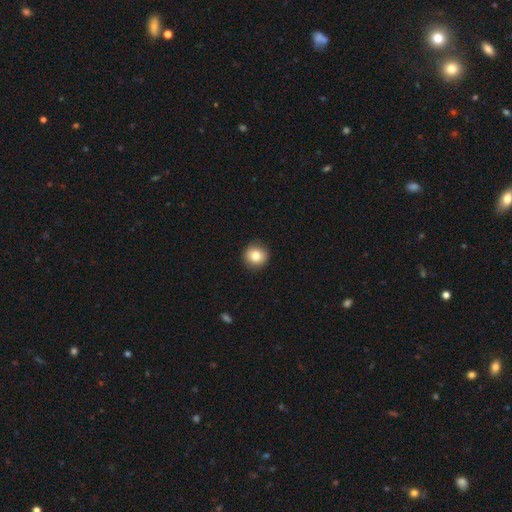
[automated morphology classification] Smooth or featured?
  - smooth: 81% *
  - featured or disk: 10%
  - star or artifact: 9%
How rounded?
  - round: 93% *
  - in between: 6%
  - cigar-shaped: 1%
Merging?
  - none: 91% *
  - minor disturbance: 6%
  - major disturbance: 2%
  - merger: 1%